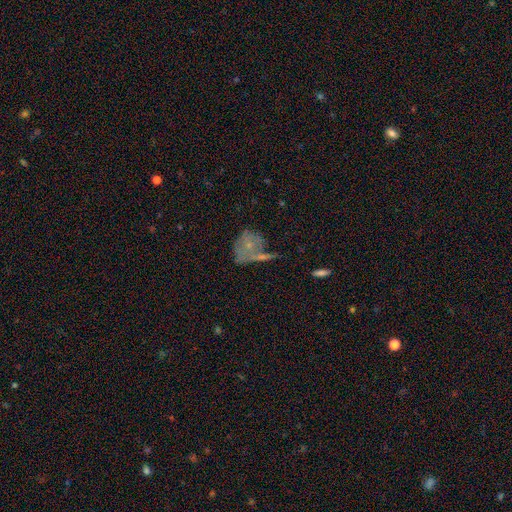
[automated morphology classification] Smooth or featured? Predicted: featured or disk (p=0.42). Merging? Predicted: none (p=0.46).